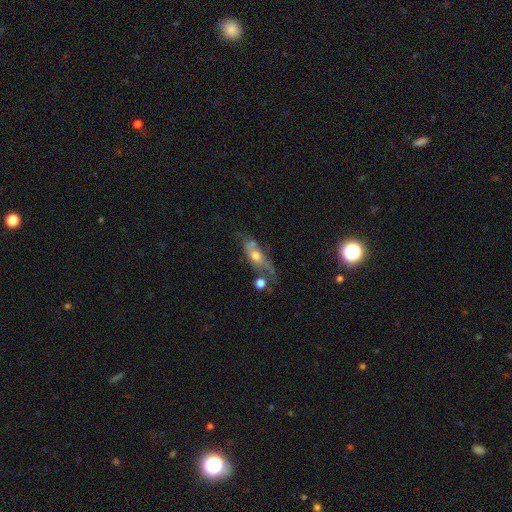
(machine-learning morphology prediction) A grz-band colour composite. It shows a featured or disk galaxy (54%). Merging: none (38%).